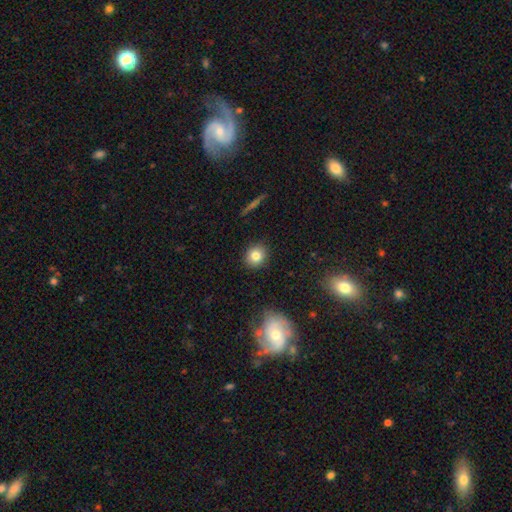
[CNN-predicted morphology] Smooth or featured: smooth — 81% (star or artifact — 11%)
How rounded: round — 82% (in between — 16%)
Merging: none — 89% (minor disturbance — 7%)